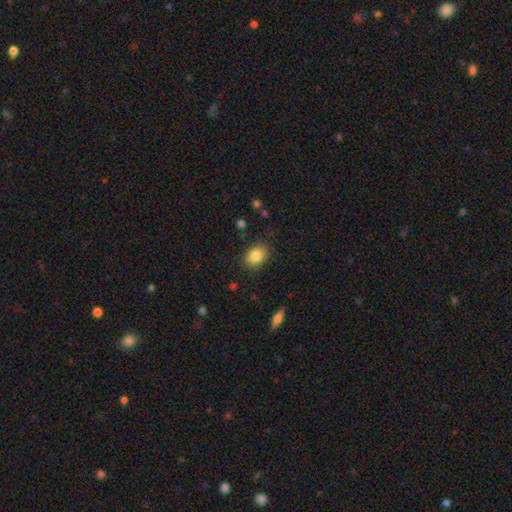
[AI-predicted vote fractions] Overall: smooth (85%). How rounded: in between (70%). Merging: none (86%).